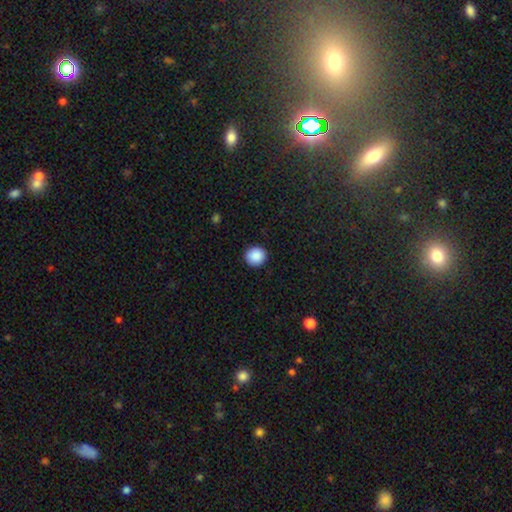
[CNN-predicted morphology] A smooth galaxy with no disk features (89%) that is round (92%).

Vote fractions:
- Smooth or featured? smooth: 89% / star or artifact: 8% / featured or disk: 2%
- How rounded? round: 92% / in between: 7% / cigar-shaped: 1%
- Merging? none: 92% / minor disturbance: 5% / major disturbance: 2% / merger: 1%